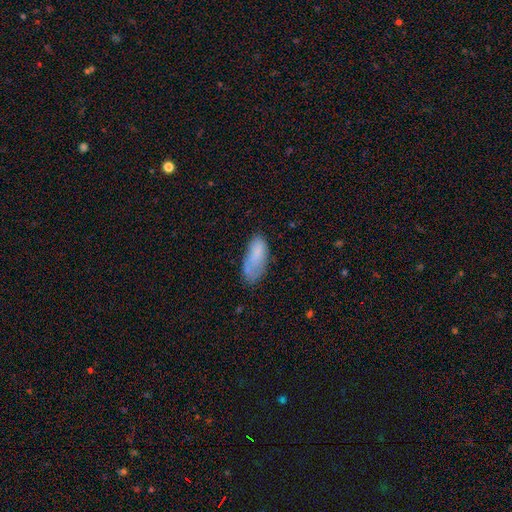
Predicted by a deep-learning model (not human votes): smooth_or_featured: smooth (p=0.73) [alt: featured or disk p=0.19]
how_rounded: in between (p=0.81) [alt: cigar-shaped p=0.17]
merging: none (p=0.50) [alt: minor disturbance p=0.31]